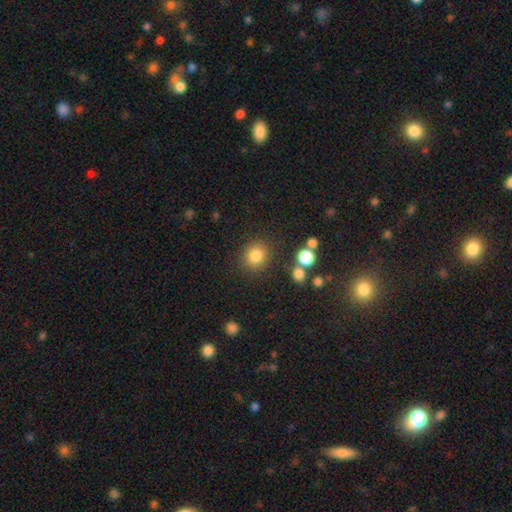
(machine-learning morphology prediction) Overall: smooth (83%). How rounded: round (77%). Merging: none (82%).